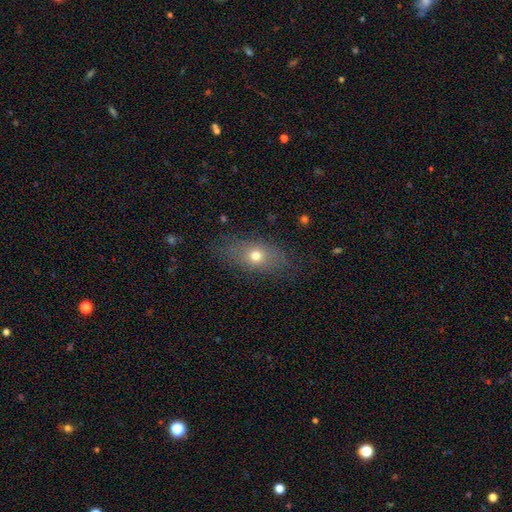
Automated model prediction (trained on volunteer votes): smooth_or_featured: smooth (p=0.67) [alt: featured or disk p=0.20]
how_rounded: in between (p=0.72) [alt: round p=0.21]
merging: none (p=0.77) [alt: minor disturbance p=0.15]